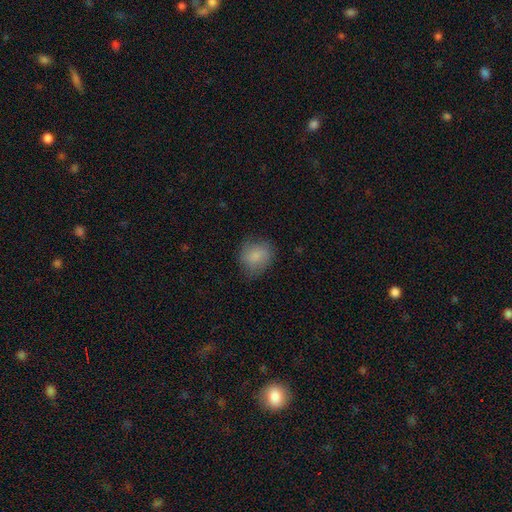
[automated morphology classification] A smooth galaxy with no disk features (82%) that is round (70%).

Vote fractions:
- Smooth or featured? smooth: 82% / featured or disk: 10% / star or artifact: 8%
- How rounded? round: 70% / in between: 29% / cigar-shaped: 1%
- Merging? none: 71% / minor disturbance: 21% / major disturbance: 7% / merger: 1%